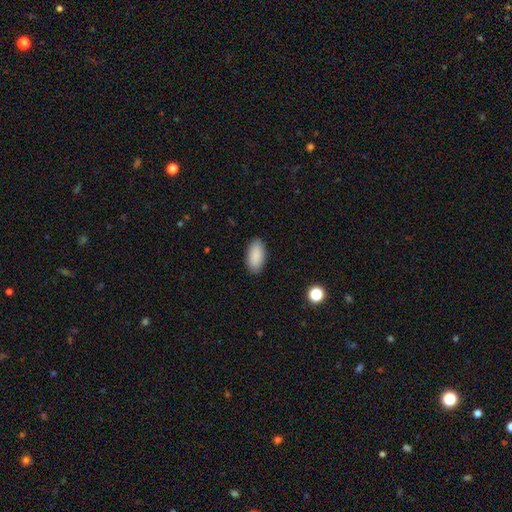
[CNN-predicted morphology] Smooth or featured? Predicted: smooth (p=0.90). How rounded? Predicted: in between (p=0.94). Merging? Predicted: none (p=0.88).